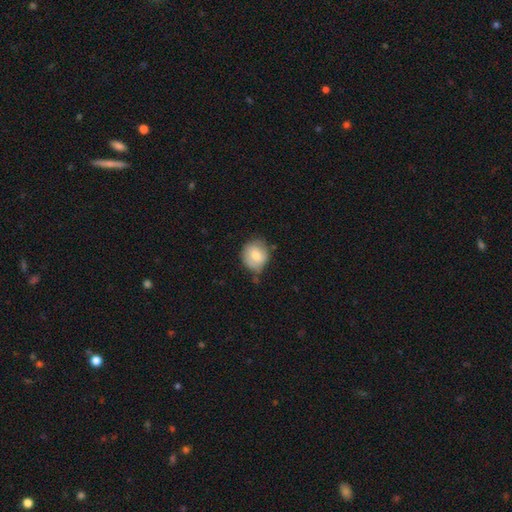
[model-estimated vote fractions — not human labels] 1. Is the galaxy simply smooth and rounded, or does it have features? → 74% smooth, 18% featured or disk, 7% star or artifact.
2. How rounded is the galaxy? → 81% round, 18% in between, 1% cigar-shaped.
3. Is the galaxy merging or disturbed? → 63% none, 27% minor disturbance, 6% major disturbance, 4% merger.